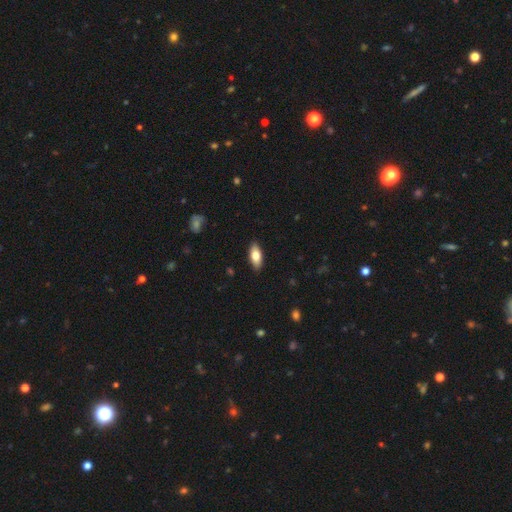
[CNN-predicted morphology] Smooth or featured?
  - smooth: 75% *
  - featured or disk: 18%
  - star or artifact: 6%
How rounded?
  - in between: 83% *
  - cigar-shaped: 14%
  - round: 3%
Merging?
  - none: 89% *
  - minor disturbance: 9%
  - major disturbance: 2%
  - merger: 1%